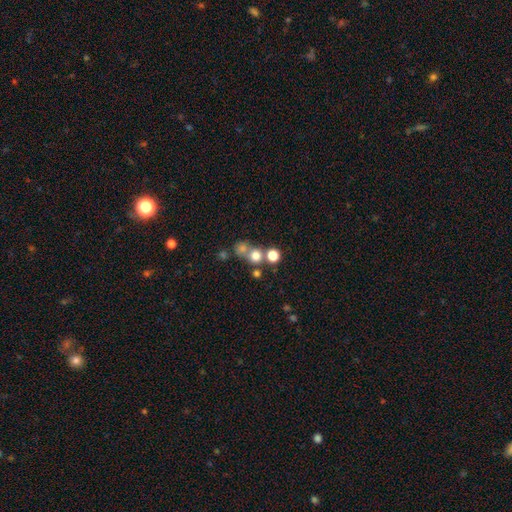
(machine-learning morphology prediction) smooth_or_featured: smooth (p=0.70) [alt: star or artifact p=0.19]
how_rounded: round (p=0.89) [alt: in between p=0.10]
merging: none (p=0.52) [alt: merger p=0.38]